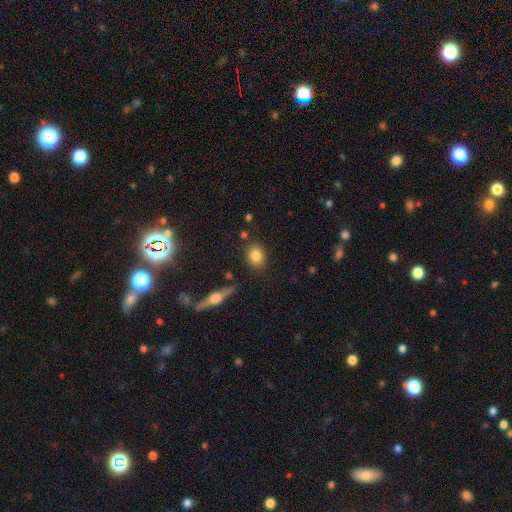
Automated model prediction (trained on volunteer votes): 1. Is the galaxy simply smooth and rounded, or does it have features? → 81% smooth, 10% featured or disk, 9% star or artifact.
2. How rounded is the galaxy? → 50% round, 47% in between, 3% cigar-shaped.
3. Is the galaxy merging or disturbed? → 83% none, 10% minor disturbance, 4% merger, 3% major disturbance.